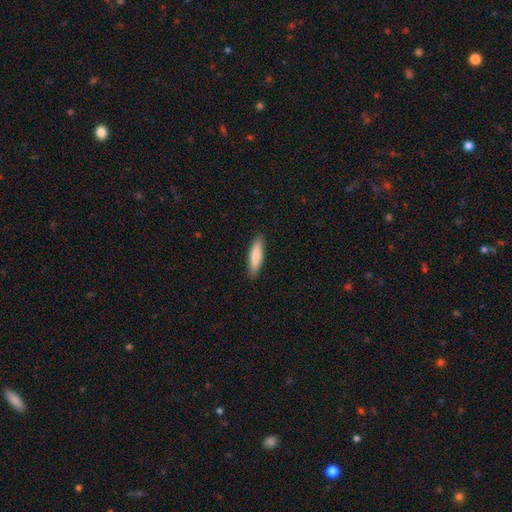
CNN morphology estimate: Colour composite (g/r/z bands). It shows a smooth galaxy with no disk features (82%) that is cigar-shaped (70%). Merging: none (89%).